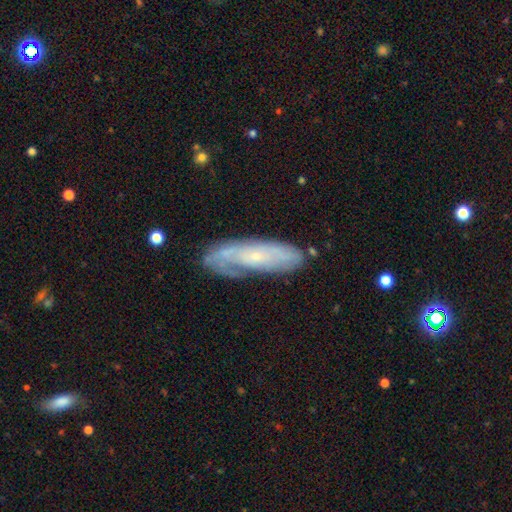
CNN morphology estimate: A featured or disk galaxy (65%) with no bar (75%), spiral arms (75%) and a small central bulge (81%).

Vote fractions:
- Smooth or featured? featured or disk: 65% / smooth: 27% / star or artifact: 7%
- Edge-on disk? no: 79% / yes: 21%
- Bar? no: 75% / weak: 19% / strong: 6%
- Spiral arms? yes: 75% / no: 25%
- Bulge size? small: 81% / moderate: 13% / none: 3% / large: 1% / dominant: 1%
- Merging? none: 63% / minor disturbance: 24% / major disturbance: 10% / merger: 3%